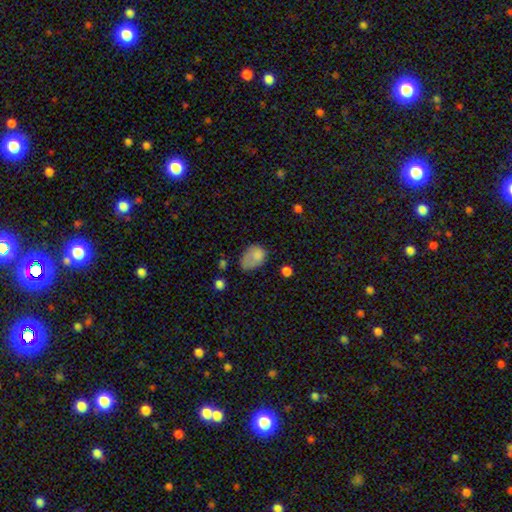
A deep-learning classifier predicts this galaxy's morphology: Smooth or featured? smooth (76%)
How rounded? in between (80%)
Merging? none (36%)